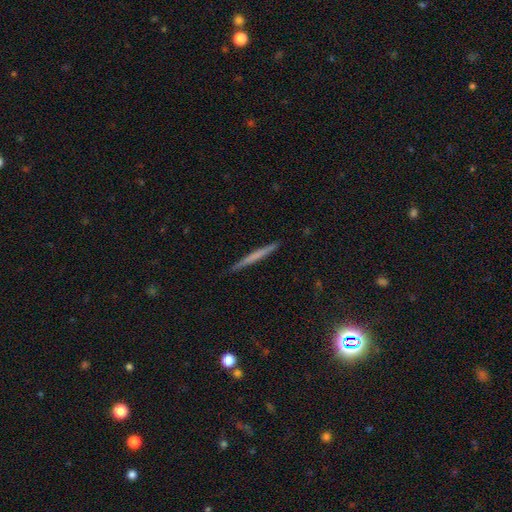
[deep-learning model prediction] Smooth or featured?
  - smooth: 54% *
  - featured or disk: 40%
  - star or artifact: 7%
How rounded?
  - cigar-shaped: 97% *
  - in between: 2%
  - round: 1%
Merging?
  - none: 91% *
  - minor disturbance: 7%
  - major disturbance: 1%
  - merger: 1%